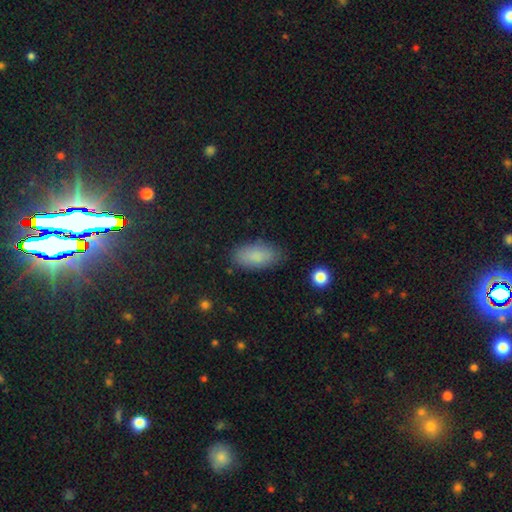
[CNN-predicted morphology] smooth-or-featured: smooth: 85% | star or artifact: 8% | featured or disk: 7%
  how-rounded: in between: 92% | cigar-shaped: 6% | round: 3%
  merging: none: 81% | minor disturbance: 14% | major disturbance: 4% | merger: 2%